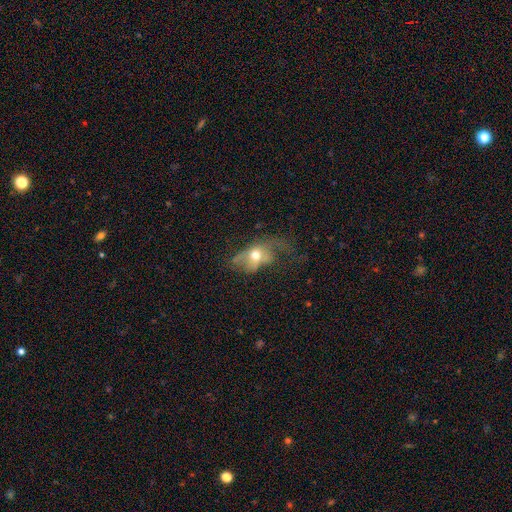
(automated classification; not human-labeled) This is possibly a smooth galaxy (51%). How rounded: likely in between (74%). Merging: possibly major disturbance (51%).